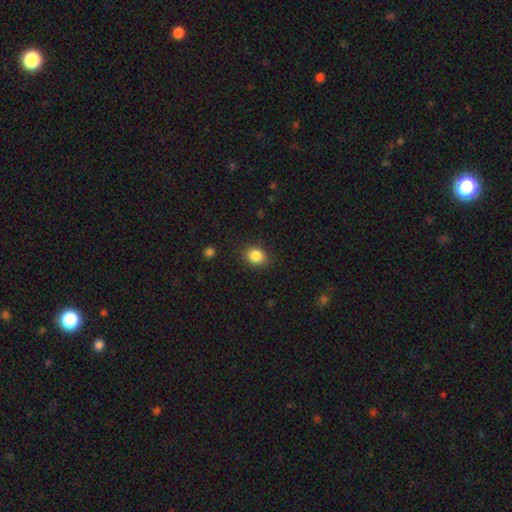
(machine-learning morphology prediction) This appears to be a smooth galaxy with no disk features (86%) that is round (56%). Merging: none (87%).